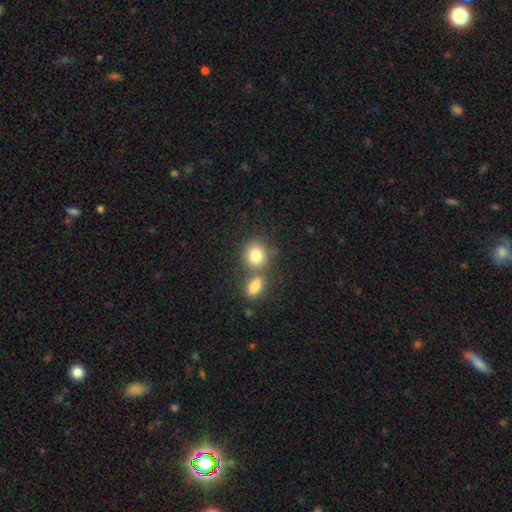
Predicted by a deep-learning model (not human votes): smooth_or_featured: smooth (p=0.82) [alt: star or artifact p=0.09]
how_rounded: round (p=0.71) [alt: in between p=0.28]
merging: none (p=0.51) [alt: merger p=0.36]